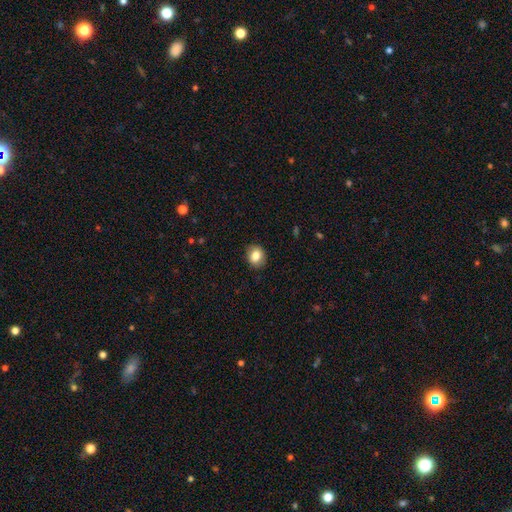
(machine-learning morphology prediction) Smooth or featured? Predicted: smooth (p=0.83). How rounded? Predicted: round (p=0.62). Merging? Predicted: none (p=0.88).